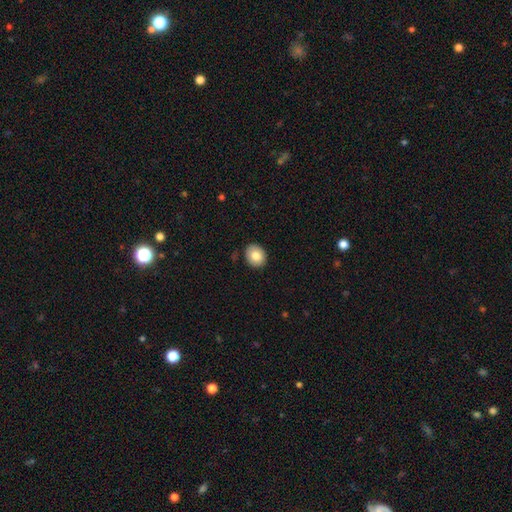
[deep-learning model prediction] Morphology: type=smooth (81%); roundness=round (60%); merging=none (89%).